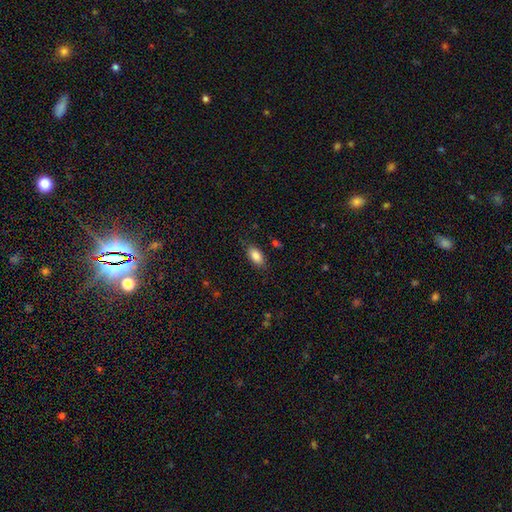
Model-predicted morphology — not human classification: This appears to be a smooth galaxy with no disk features (86%) that is in between round and cigar-shaped (91%). Merging: none (82%).